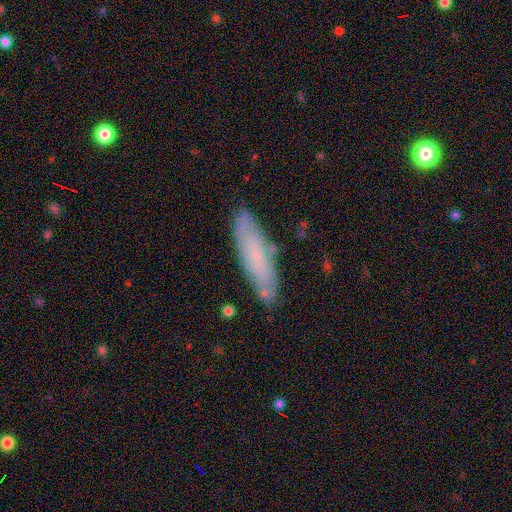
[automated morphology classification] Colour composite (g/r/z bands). It shows a smooth galaxy with no disk features (56%) that is cigar-shaped (65%). Merging: none (81%).